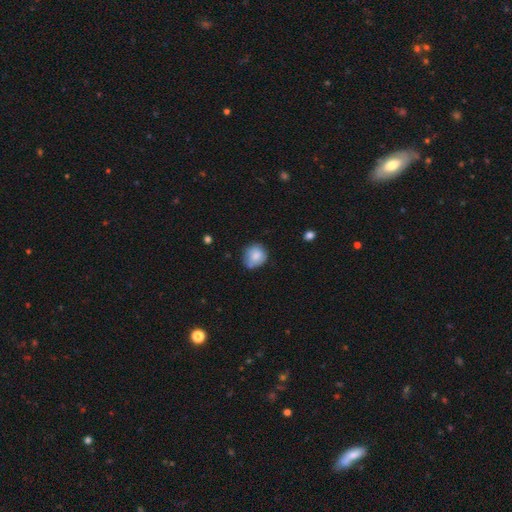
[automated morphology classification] smooth 78%, featured or disk 14%, star or artifact 8%. Down the decision tree: how rounded — round (79%); merging — none (62%).